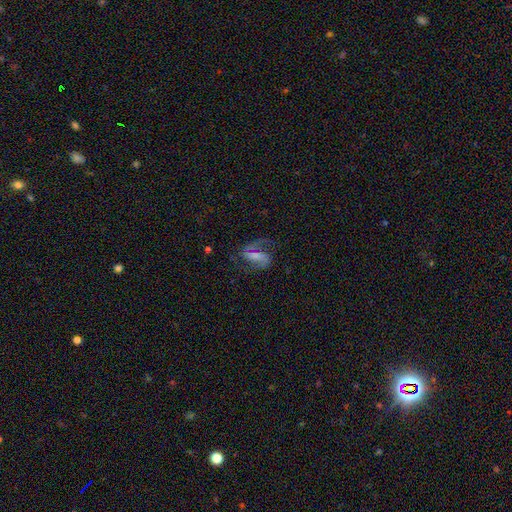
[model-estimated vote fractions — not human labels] featured or disk 81%, smooth 10%, star or artifact 8%. Down the decision tree: edge-on disk — no (96%); bar — strong (46%); spiral arms — yes (96%); spiral arm count — 2 (89%); spiral winding — medium (52%); bulge size — small (37%); merging — none (69%).